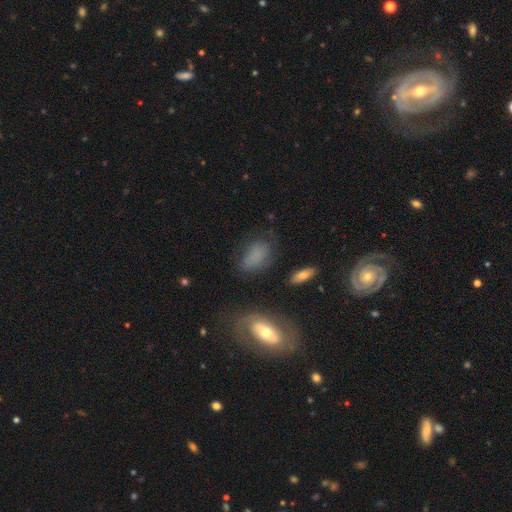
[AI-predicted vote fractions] smooth 71%, featured or disk 15%, star or artifact 13%. Down the decision tree: how rounded — in between (86%); merging — none (53%).